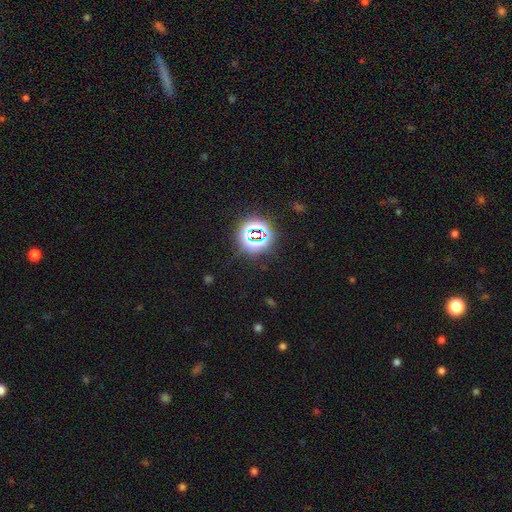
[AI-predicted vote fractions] Smooth or featured? Predicted: star or artifact (p=0.81).